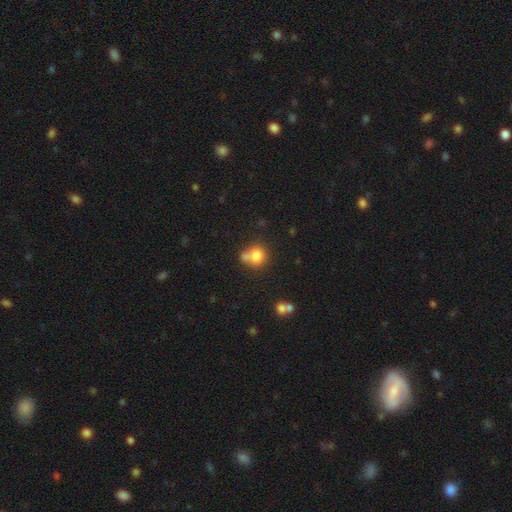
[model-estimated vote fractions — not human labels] The model was most divided on "merging": none: 45%, merger: 33%, minor disturbance: 16%, major disturbance: 7%. More confident: smooth or featured — smooth (79%); how rounded — round (77%).